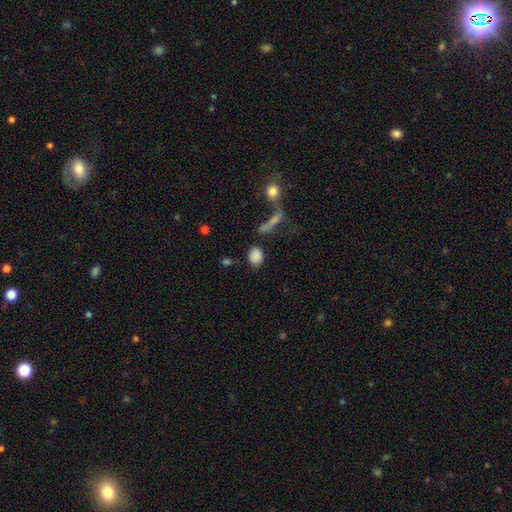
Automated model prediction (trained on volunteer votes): Smooth or featured: smooth — 86% (star or artifact — 9%)
How rounded: in between — 62% (round — 35%)
Merging: none — 75% (minor disturbance — 11%)